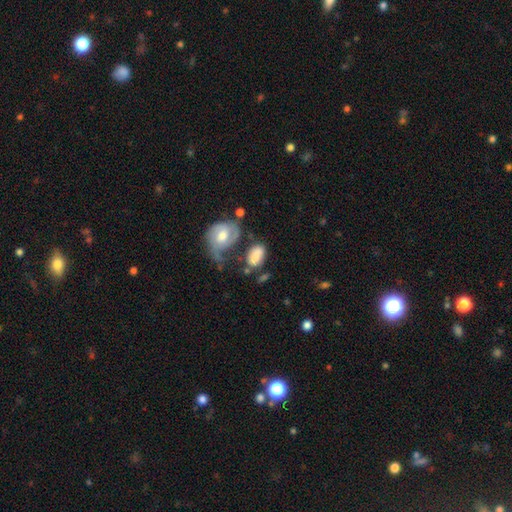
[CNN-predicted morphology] Smooth or featured? smooth (70%)
How rounded? in between (86%)
Merging? none (39%)